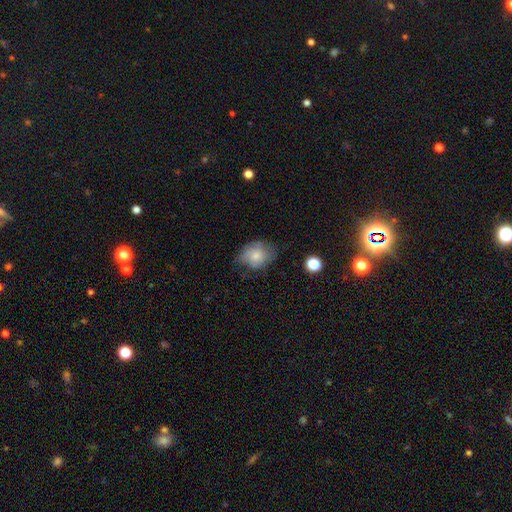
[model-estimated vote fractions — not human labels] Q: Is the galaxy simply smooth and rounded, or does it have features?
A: smooth — 69%.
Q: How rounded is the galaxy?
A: in between — 54%.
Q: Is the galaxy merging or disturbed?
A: none — 46%.